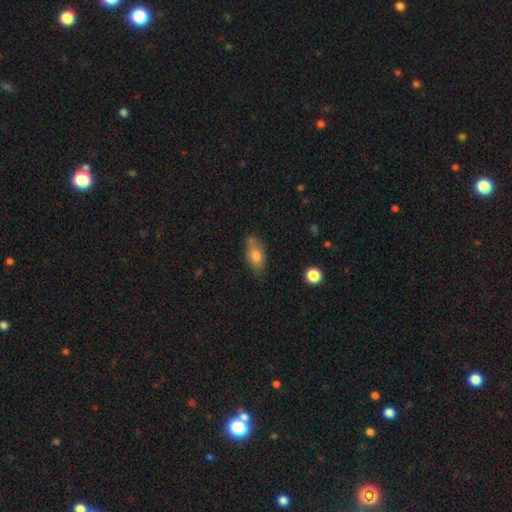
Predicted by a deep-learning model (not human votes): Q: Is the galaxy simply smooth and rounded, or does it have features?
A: smooth — 73%.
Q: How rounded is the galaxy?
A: in between — 85%.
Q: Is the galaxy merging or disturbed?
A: none — 64%.